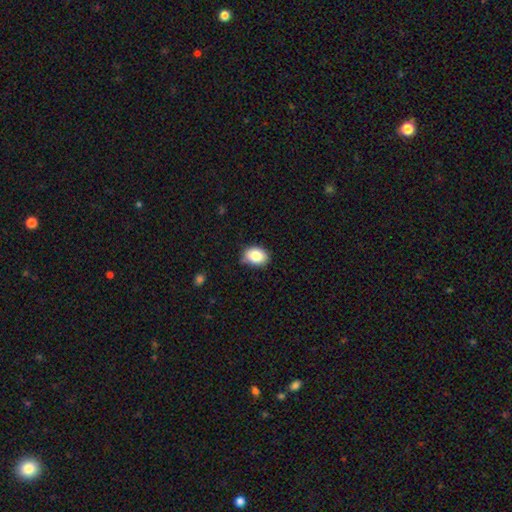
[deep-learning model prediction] smooth 83%, star or artifact 9%, featured or disk 8%. Down the decision tree: how rounded — in between (69%); merging — none (75%).